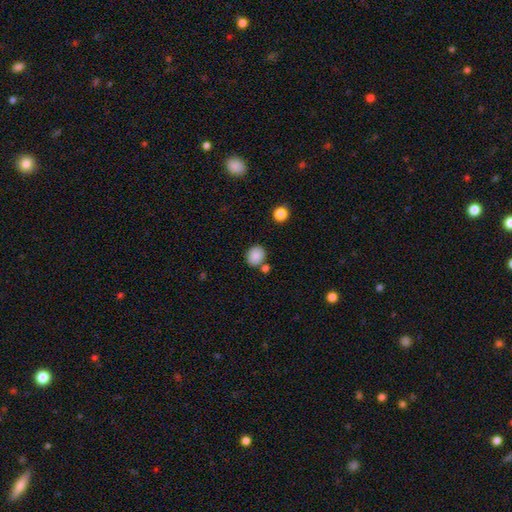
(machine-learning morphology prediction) Smooth or featured?
  - smooth: 86% *
  - star or artifact: 9%
  - featured or disk: 5%
How rounded?
  - round: 71% *
  - in between: 28%
  - cigar-shaped: 1%
Merging?
  - none: 77% *
  - minor disturbance: 10%
  - merger: 10%
  - major disturbance: 3%